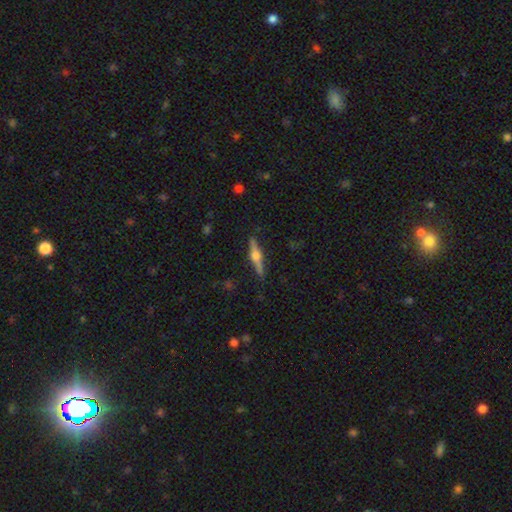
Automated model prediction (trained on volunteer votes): A featured or disk galaxy (73%) viewed edge-on (98%) with a rounded central bulge (93%).

Vote fractions:
- Smooth or featured? featured or disk: 73% / smooth: 21% / star or artifact: 6%
- Edge-on disk? yes: 98% / no: 2%
- Edge-on bulge? rounded: 93% / boxy: 5% / none: 2%
- Merging? none: 89% / minor disturbance: 8% / major disturbance: 2% / merger: 1%